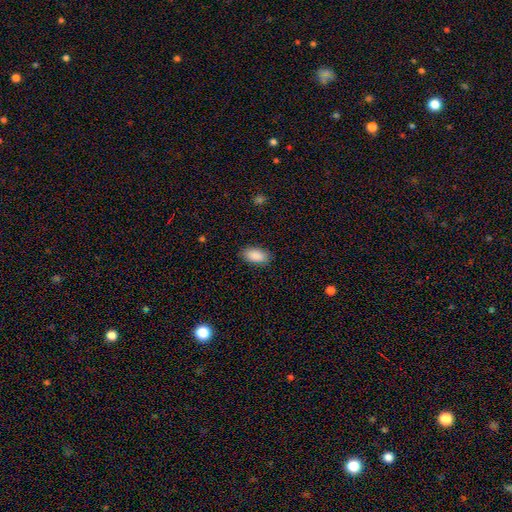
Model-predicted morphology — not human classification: This is clearly a smooth galaxy (90%). How rounded: clearly in between (94%). Merging: clearly none (87%).